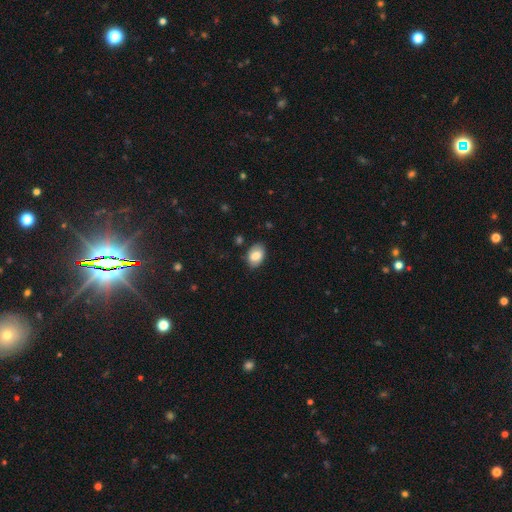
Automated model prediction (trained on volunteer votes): Smooth or featured?
  - smooth: 80% *
  - featured or disk: 13%
  - star or artifact: 7%
How rounded?
  - in between: 86% *
  - round: 13%
  - cigar-shaped: 1%
Merging?
  - none: 83% *
  - minor disturbance: 13%
  - major disturbance: 3%
  - merger: 2%